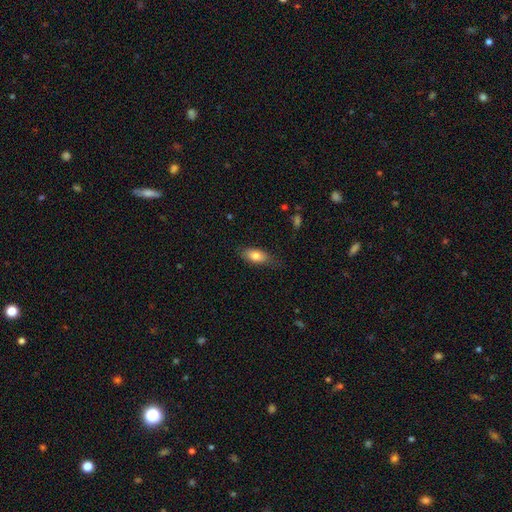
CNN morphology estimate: The model was most divided on "merging": none: 74%, minor disturbance: 20%, major disturbance: 5%, merger: 1%. More confident: how rounded — in between (84%); smooth or featured — smooth (79%).